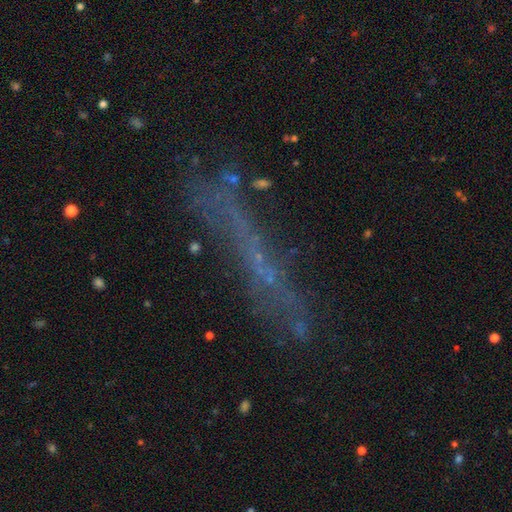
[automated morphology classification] A featured or disk galaxy (43%).

Vote fractions:
- Smooth or featured? featured or disk: 43% / smooth: 33% / star or artifact: 24%
- Merging? none: 62% / minor disturbance: 17% / major disturbance: 14% / merger: 7%